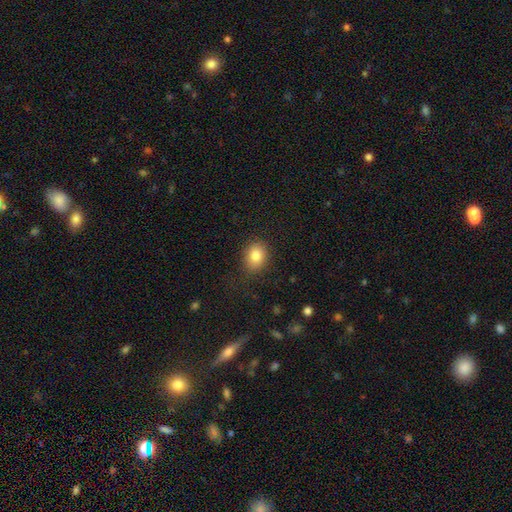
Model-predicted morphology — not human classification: Q: Smooth or featured?
A: smooth (83%); runner-up: star or artifact (9%)
Q: How rounded?
A: in between (54%); runner-up: round (45%)
Q: Merging?
A: none (84%); runner-up: minor disturbance (12%)